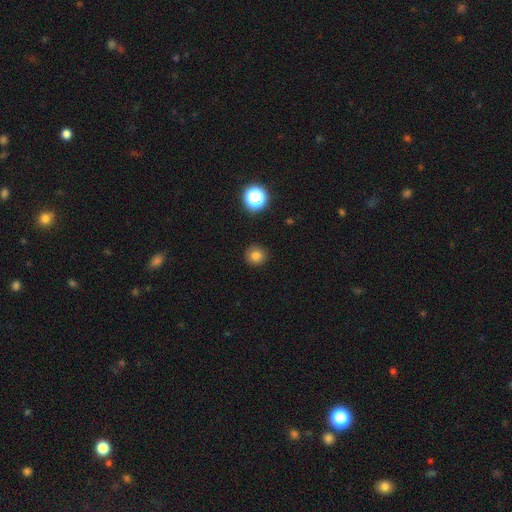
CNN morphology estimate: Smooth or featured?
  - smooth: 79% *
  - star or artifact: 15%
  - featured or disk: 6%
How rounded?
  - round: 93% *
  - in between: 6%
  - cigar-shaped: 1%
Merging?
  - none: 90% *
  - minor disturbance: 7%
  - major disturbance: 2%
  - merger: 1%